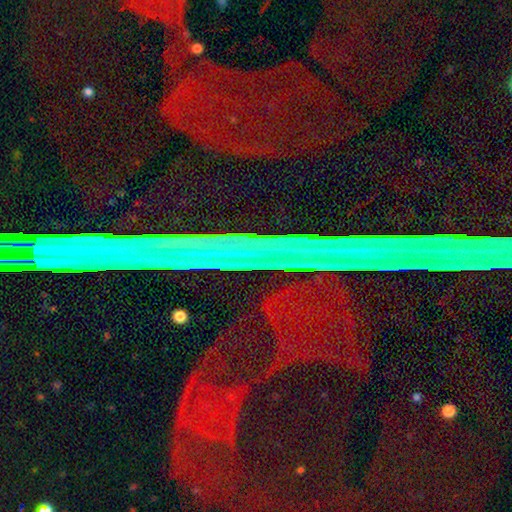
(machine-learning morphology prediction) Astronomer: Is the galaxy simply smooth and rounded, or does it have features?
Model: star or artifact — 87%.